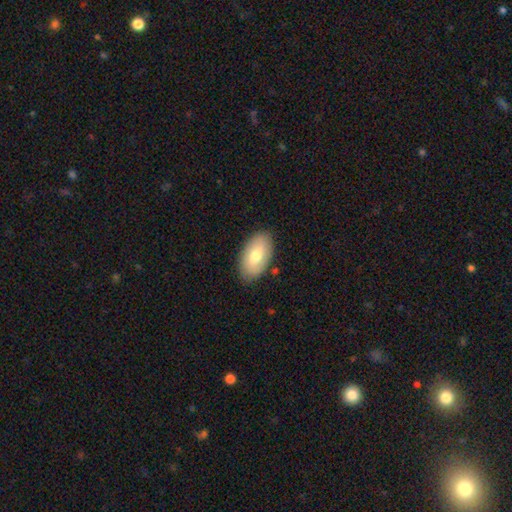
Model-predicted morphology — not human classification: A smooth galaxy with no disk features (69%) that is in between round and cigar-shaped (94%).

Vote fractions:
- Smooth or featured? smooth: 69% / featured or disk: 25% / star or artifact: 6%
- How rounded? in between: 94% / round: 4% / cigar-shaped: 2%
- Merging? none: 84% / minor disturbance: 12% / major disturbance: 3% / merger: 2%